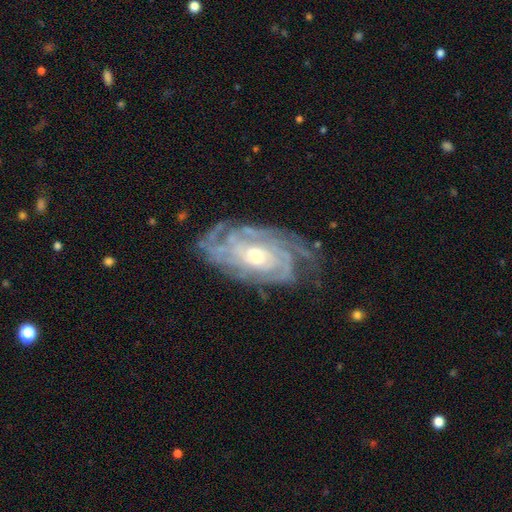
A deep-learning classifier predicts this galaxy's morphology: The model was most divided on "bulge size": moderate: 54%, small: 41%, large: 4%, none: 1%, dominant: 1%. Remaining: spiral arms — yes (96%); edge-on disk — no (94%); smooth or featured — featured or disk (88%); spiral winding — tight (76%); merging — none (73%); bar — no (68%); spiral arm count — can't tell (36%).